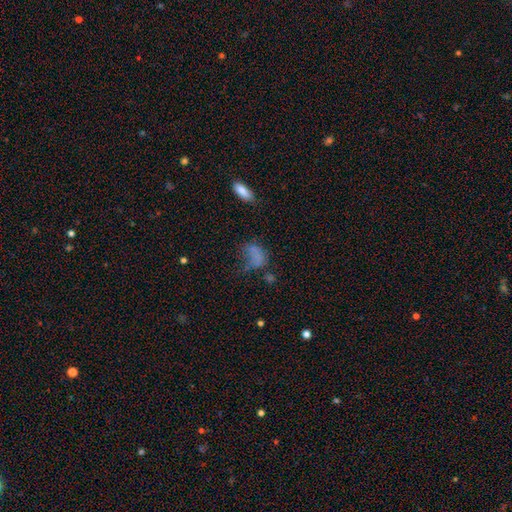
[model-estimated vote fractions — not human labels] Smooth or featured? Predicted: smooth (p=0.61). How rounded? Predicted: in between (p=0.77). Merging? Predicted: major disturbance (p=0.38).